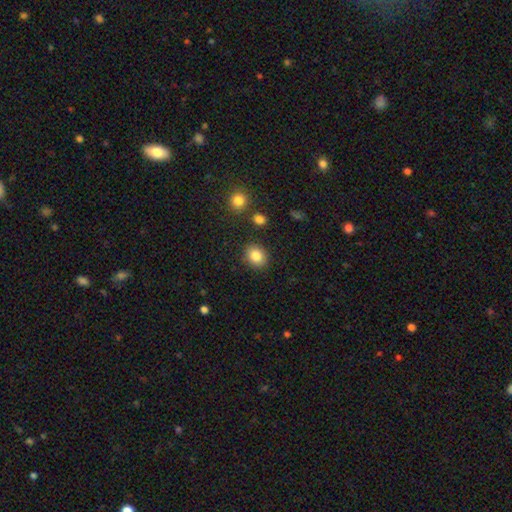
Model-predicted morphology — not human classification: Smooth or featured: smooth — 85% (star or artifact — 9%)
How rounded: round — 61% (in between — 38%)
Merging: none — 86% (minor disturbance — 8%)